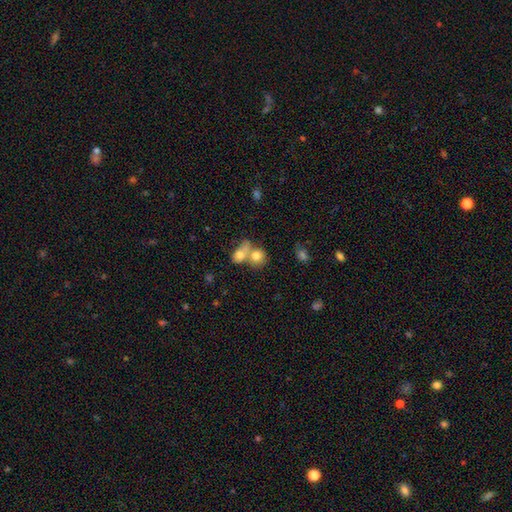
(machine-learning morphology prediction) Smooth or featured? smooth (73%)
How rounded? round (59%)
Merging? merger (62%)